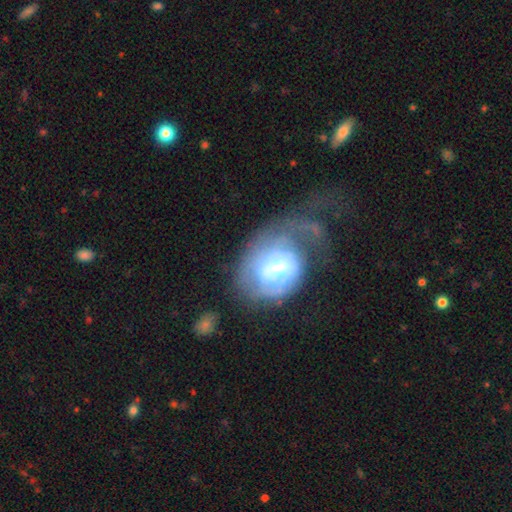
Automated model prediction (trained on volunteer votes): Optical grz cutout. It shows a featured or disk galaxy (70%) with a weak bar (45%), 1 (36%) tight (41%) spiral arms (80%) and a moderate central bulge (50%). Merging: major disturbance (45%).